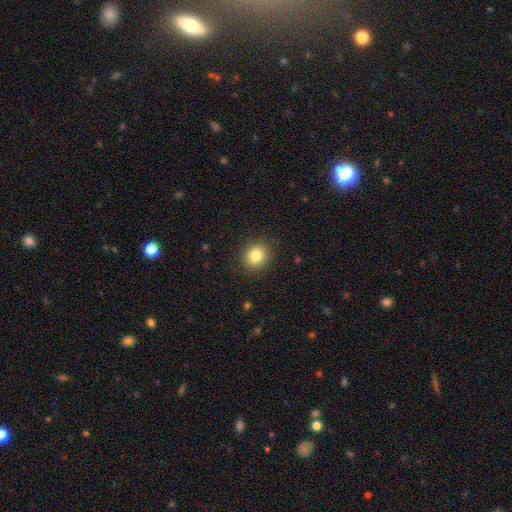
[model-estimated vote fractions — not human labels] This is clearly a smooth galaxy (81%). How rounded: clearly round (83%). Merging: clearly none (90%).